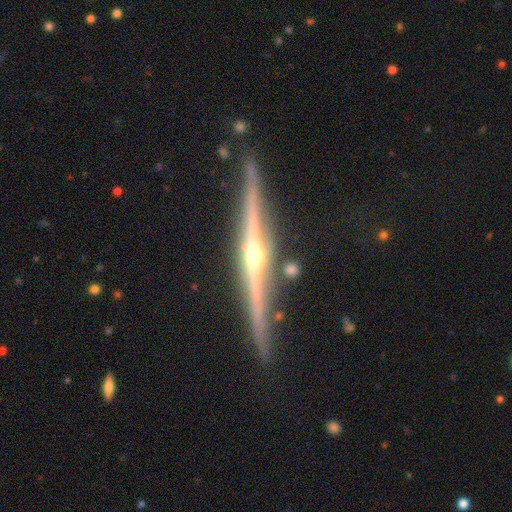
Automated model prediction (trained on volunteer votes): Q: Smooth or featured?
A: featured or disk (88%); runner-up: smooth (6%)
Q: Edge-on disk?
A: yes (98%); runner-up: no (2%)
Q: Edge-on bulge?
A: rounded (87%); runner-up: none (9%)
Q: Merging?
A: none (87%); runner-up: minor disturbance (9%)